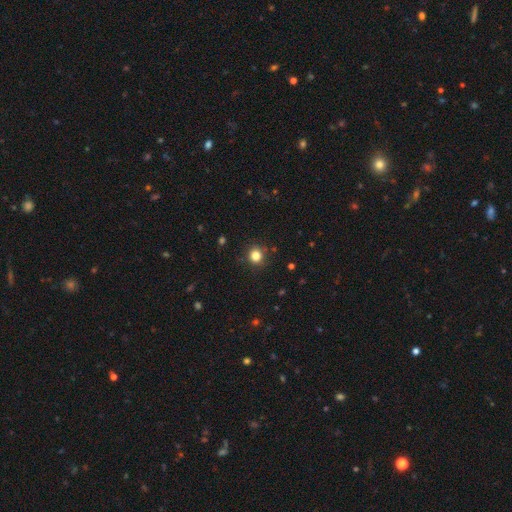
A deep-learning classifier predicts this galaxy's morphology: A smooth galaxy with no disk features (82%) that is round (90%).

Vote fractions:
- Smooth or featured? smooth: 82% / star or artifact: 13% / featured or disk: 5%
- How rounded? round: 90% / in between: 9% / cigar-shaped: 1%
- Merging? none: 88% / minor disturbance: 8% / major disturbance: 2% / merger: 1%